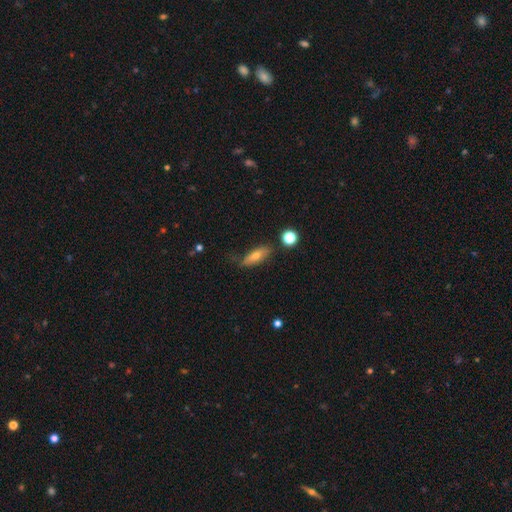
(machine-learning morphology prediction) smooth_or_featured: smooth (p=0.63) [alt: featured or disk p=0.28]
how_rounded: in between (p=0.61) [alt: cigar-shaped p=0.35]
merging: none (p=0.63) [alt: minor disturbance p=0.25]